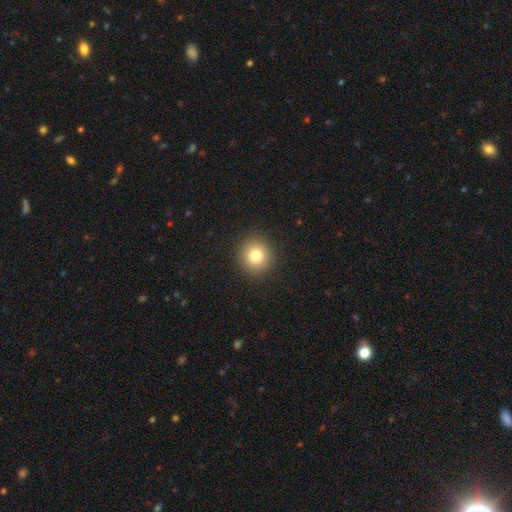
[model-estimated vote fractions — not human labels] A smooth galaxy with no disk features (80%) that is round (92%).

Vote fractions:
- Smooth or featured? smooth: 80% / star or artifact: 12% / featured or disk: 8%
- How rounded? round: 92% / in between: 7% / cigar-shaped: 1%
- Merging? none: 92% / minor disturbance: 5% / major disturbance: 2% / merger: 1%